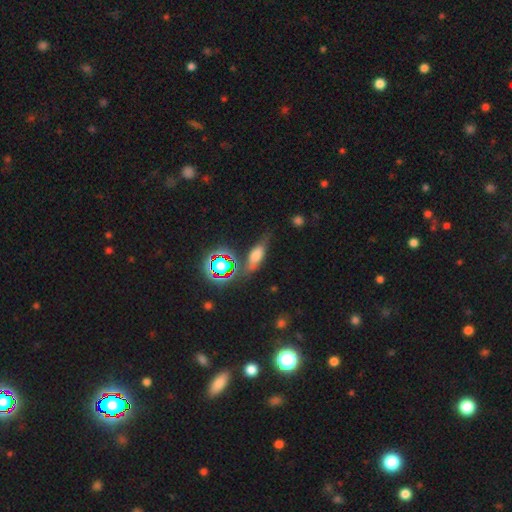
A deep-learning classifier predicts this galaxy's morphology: A smooth galaxy with no disk features (52%) that is in between round and cigar-shaped (56%). Merging: none (65%).